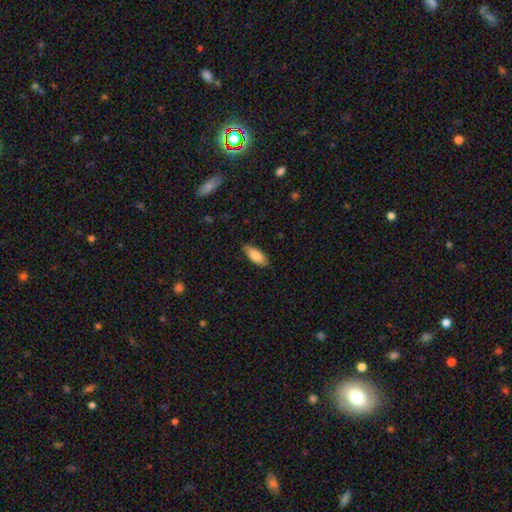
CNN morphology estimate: Smooth or featured? Predicted: smooth (p=0.86). How rounded? Predicted: in between (p=0.82). Merging? Predicted: none (p=0.83).